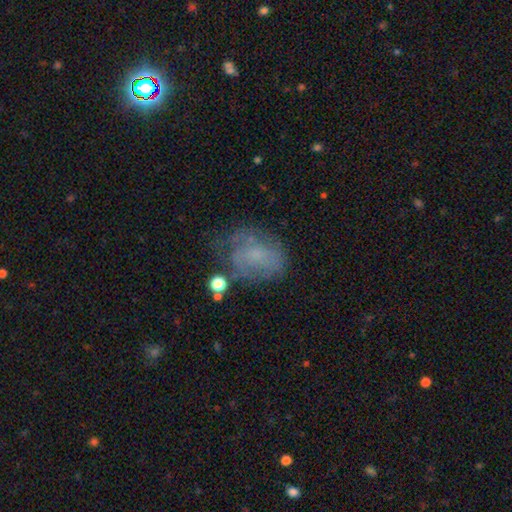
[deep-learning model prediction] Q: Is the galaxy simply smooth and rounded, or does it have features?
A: smooth — 43%.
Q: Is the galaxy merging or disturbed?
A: none — 46%.